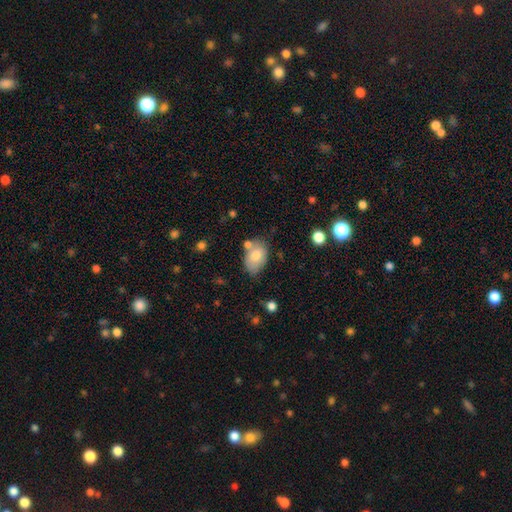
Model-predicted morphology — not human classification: smooth 76%, featured or disk 16%, star or artifact 7%. Down the decision tree: how rounded — in between (85%); merging — none (60%).